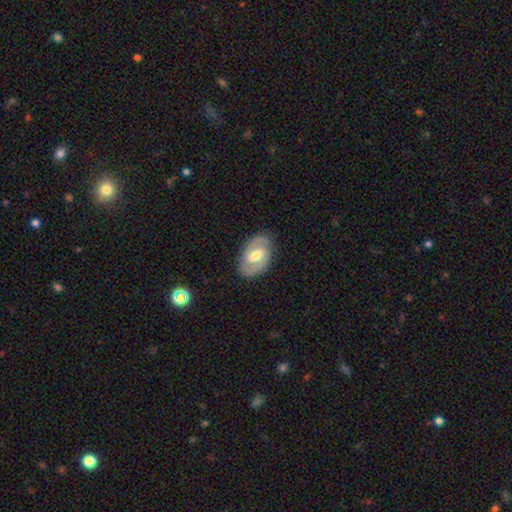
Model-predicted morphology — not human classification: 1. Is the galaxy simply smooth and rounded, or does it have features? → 66% featured or disk, 28% smooth, 5% star or artifact.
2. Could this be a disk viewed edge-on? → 94% no, 6% yes.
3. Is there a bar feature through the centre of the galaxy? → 50% weak, 28% strong, 22% no.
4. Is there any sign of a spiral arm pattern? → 68% yes, 32% no.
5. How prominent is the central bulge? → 68% moderate, 16% small, 13% large, 1% none, 1% dominant.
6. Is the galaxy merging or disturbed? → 84% none, 11% minor disturbance, 4% major disturbance, 1% merger.